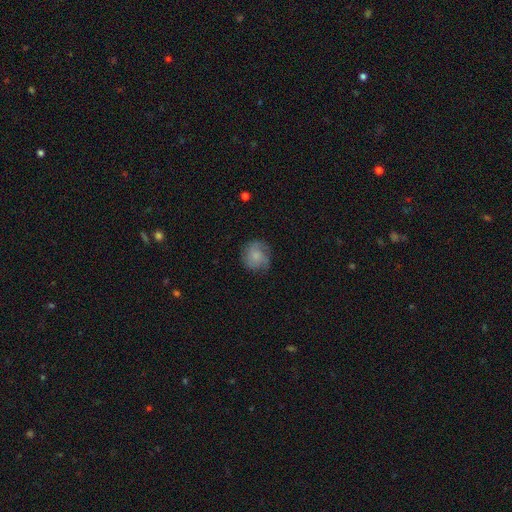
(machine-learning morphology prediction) Q: Smooth or featured?
A: smooth (65%); runner-up: featured or disk (27%)
Q: How rounded?
A: round (84%); runner-up: in between (15%)
Q: Merging?
A: none (69%); runner-up: minor disturbance (21%)